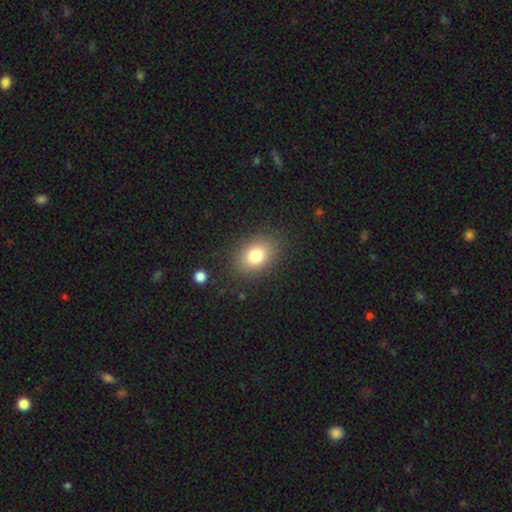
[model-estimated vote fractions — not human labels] Overall: smooth (79%). How rounded: in between (73%). Merging: none (85%).